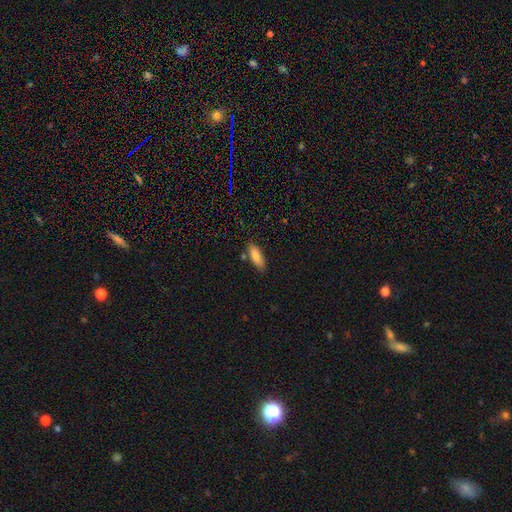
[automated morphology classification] Overall: smooth (87%). How rounded: in between (65%; cigar-shaped 33%). Merging: none (78%).